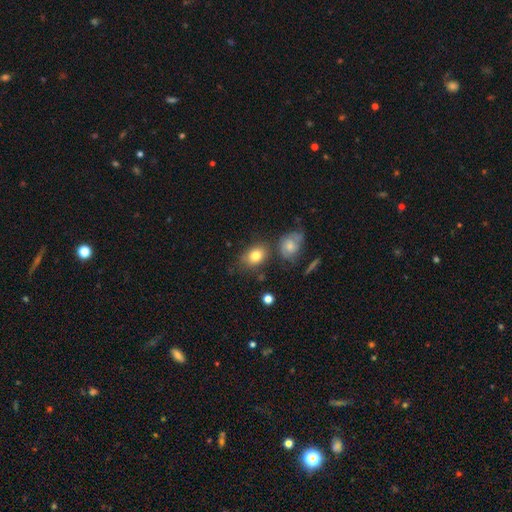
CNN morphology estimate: This is likely a smooth galaxy (79%). How rounded: likely in between (71%). Merging: likely none (63%).